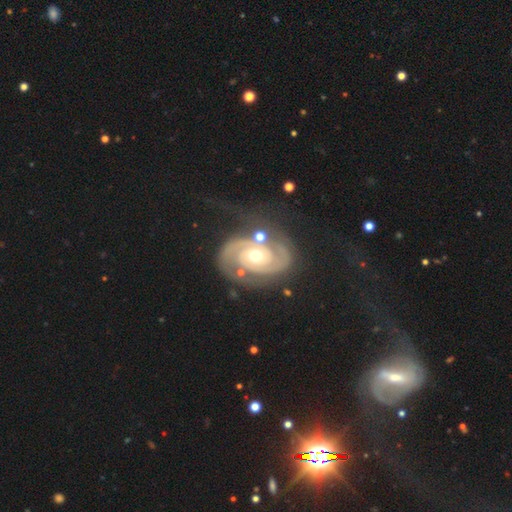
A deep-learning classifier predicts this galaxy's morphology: smooth-or-featured: featured or disk: 92% | star or artifact: 5% | smooth: 4%
  disk-edge-on: no: 98% | yes: 2%
    bar: no: 71% | weak: 21% | strong: 8%
    has-spiral-arms: yes: 98% | no: 2%
      spiral-winding: tight: 69% | medium: 26% | loose: 5%
      spiral-arm-count: 2: 88% | can't tell: 4% | 3: 4% | 1: 2% | 4: 1% | more than 4: 1%
    bulge-size: moderate: 64% | small: 31% | large: 3% | dominant: 1% | none: 1%
  merging: none: 67% | minor disturbance: 17% | major disturbance: 11% | merger: 6%